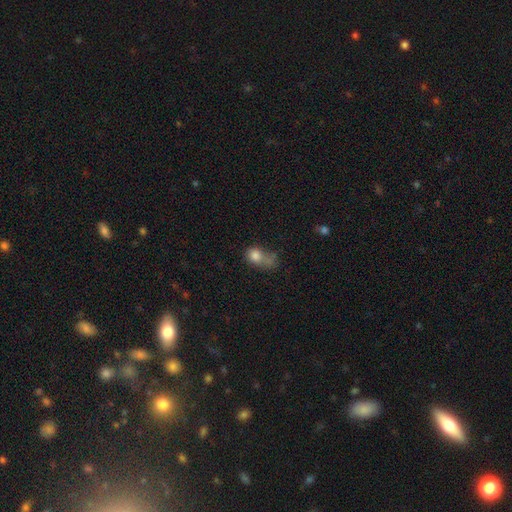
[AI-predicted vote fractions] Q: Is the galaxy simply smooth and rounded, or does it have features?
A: smooth — 78%.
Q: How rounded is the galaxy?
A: in between — 53%.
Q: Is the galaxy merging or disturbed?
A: major disturbance — 28%.